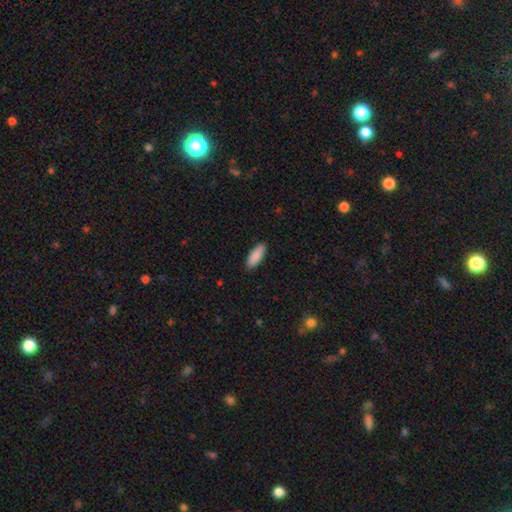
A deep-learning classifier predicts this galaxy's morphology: smooth-or-featured: smooth: 89% | star or artifact: 5% | featured or disk: 5%
  how-rounded: in between: 65% | cigar-shaped: 34% | round: 2%
  merging: none: 89% | minor disturbance: 8% | major disturbance: 2% | merger: 1%